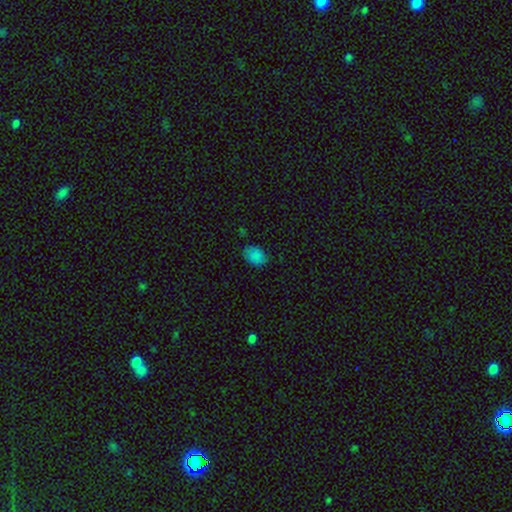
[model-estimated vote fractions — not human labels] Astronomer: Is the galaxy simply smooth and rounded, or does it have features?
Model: smooth — 84%.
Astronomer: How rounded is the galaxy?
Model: in between — 77%.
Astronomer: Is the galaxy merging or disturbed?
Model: none — 77%.